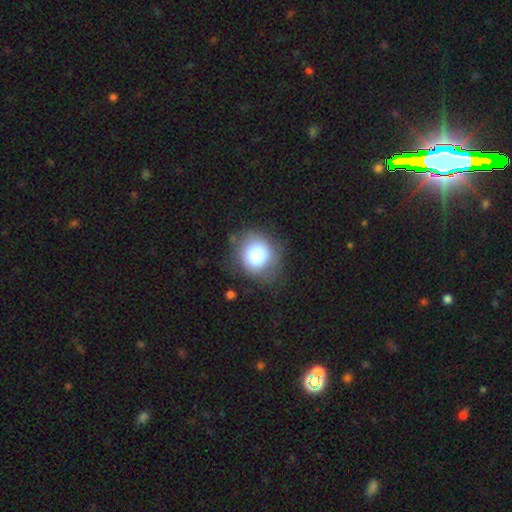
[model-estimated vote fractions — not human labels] This appears to be a smooth galaxy with no disk features (78%) that is round (82%). Merging: none (70%).